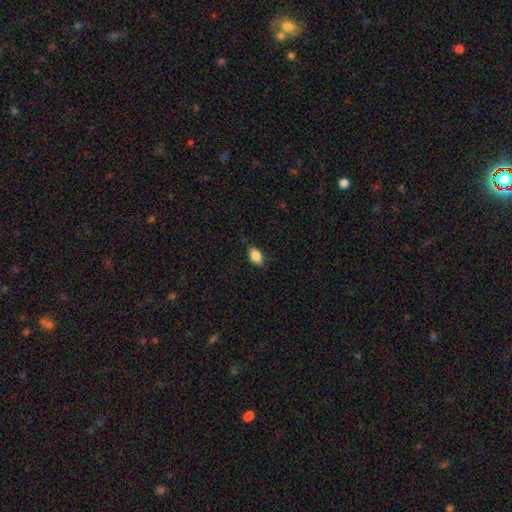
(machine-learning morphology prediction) type=smooth (88%); roundness=in between (91%); merging=none (82%).